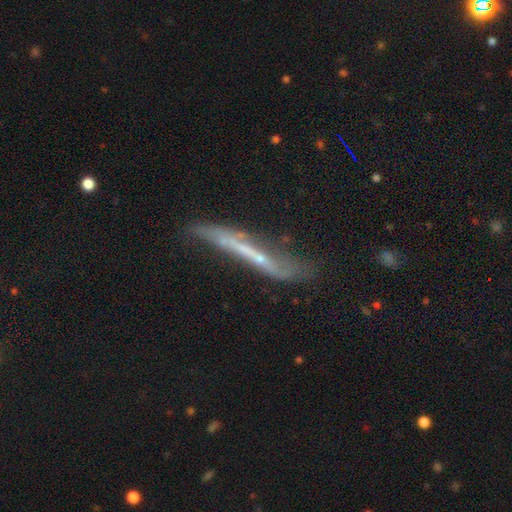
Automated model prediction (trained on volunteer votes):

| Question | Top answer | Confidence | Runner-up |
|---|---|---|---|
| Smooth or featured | featured or disk | 68% | smooth (24%) |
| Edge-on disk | yes | 67% | no (33%) |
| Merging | none | 47% | minor disturbance (29%) |